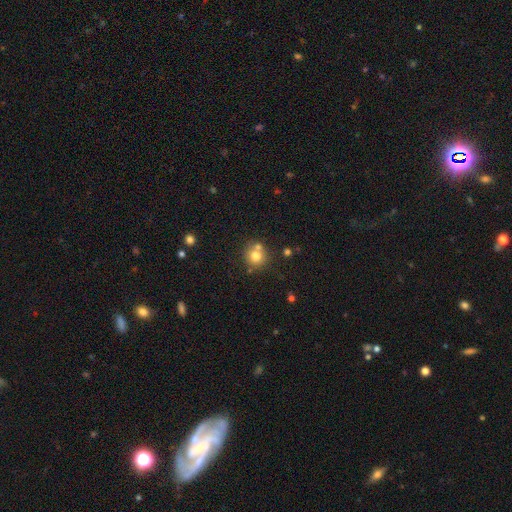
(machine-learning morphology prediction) Smooth or featured? smooth (75%)
How rounded? round (89%)
Merging? none (62%)